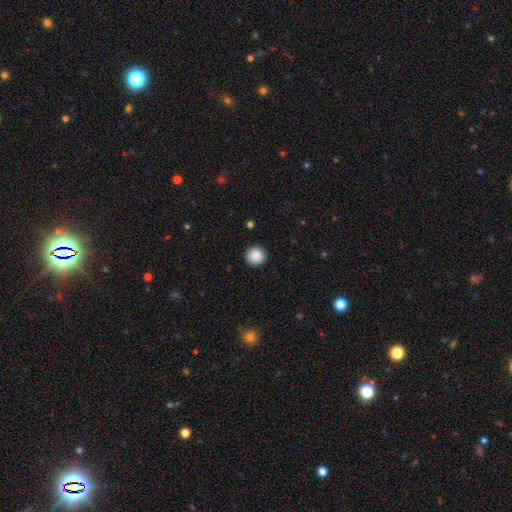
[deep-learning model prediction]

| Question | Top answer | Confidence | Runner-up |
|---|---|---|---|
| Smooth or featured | smooth | 88% | star or artifact (9%) |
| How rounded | round | 95% | in between (4%) |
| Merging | none | 92% | minor disturbance (5%) |